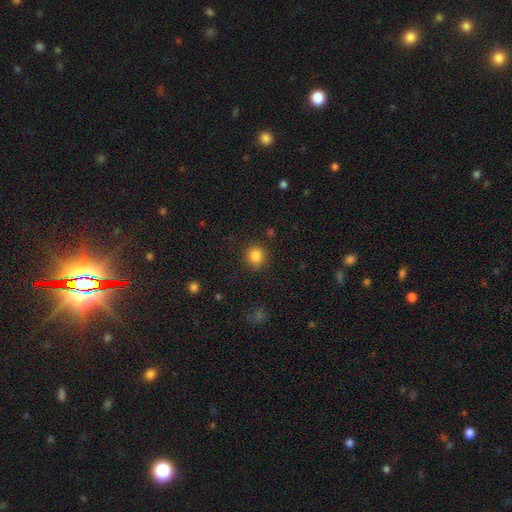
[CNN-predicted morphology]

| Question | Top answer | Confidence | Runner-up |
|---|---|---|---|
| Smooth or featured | smooth | 84% | star or artifact (11%) |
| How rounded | round | 88% | in between (11%) |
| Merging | none | 87% | minor disturbance (9%) |